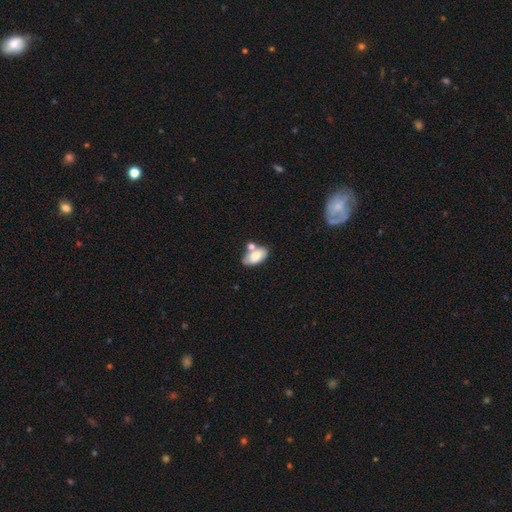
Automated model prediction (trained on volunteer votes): The model was most divided on "merging": none: 47%, merger: 31%, minor disturbance: 17%, major disturbance: 5%. More confident: how rounded — in between (93%); smooth or featured — smooth (77%).